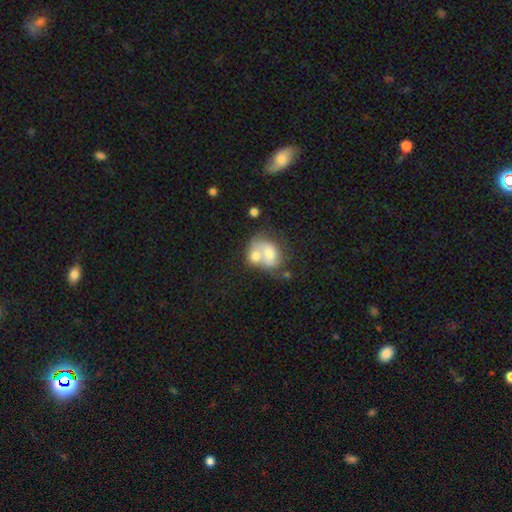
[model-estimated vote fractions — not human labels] This appears to be a smooth galaxy with no disk features (59%) that is in between round and cigar-shaped (63%). Merging: merger (69%).